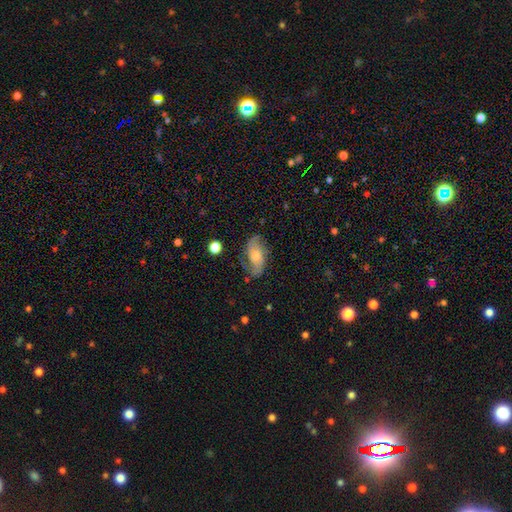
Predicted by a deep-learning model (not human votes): Smooth or featured: featured or disk — 68% (smooth — 24%)
Edge-on disk: no — 93% (yes — 7%)
Bar: no — 66% (weak — 28%)
Spiral arms: yes — 90% (no — 10%)
Spiral winding: medium — 40% (loose — 38%)
Spiral arm count: 2 — 79% (can't tell — 11%)
Bulge size: moderate — 50% (small — 40%)
Merging: none — 71% (minor disturbance — 19%)